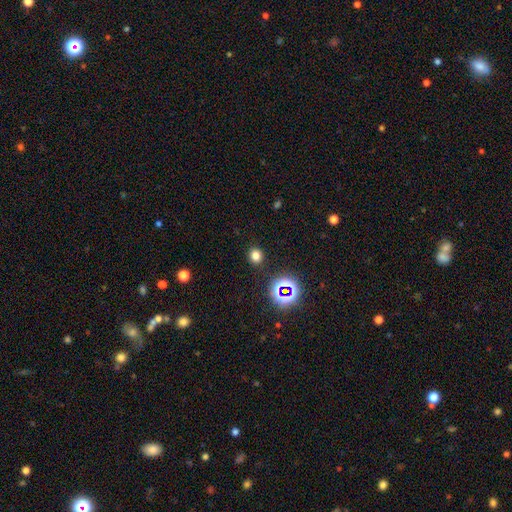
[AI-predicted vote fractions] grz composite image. It shows a smooth galaxy with no disk features (73%) that is round (81%). Merging: none (90%).